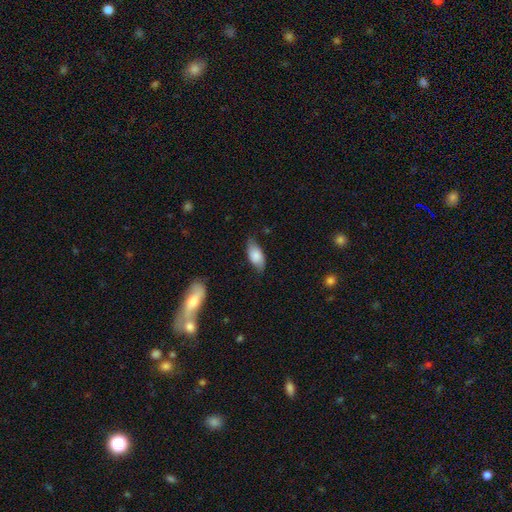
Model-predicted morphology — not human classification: Smooth or featured? Predicted: smooth (p=0.76). How rounded? Predicted: in between (p=0.88). Merging? Predicted: none (p=0.71).